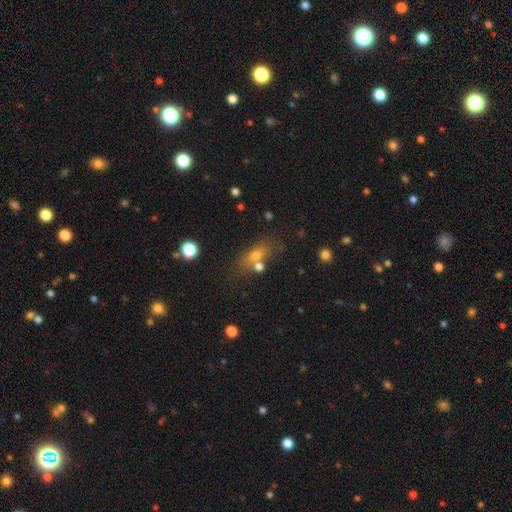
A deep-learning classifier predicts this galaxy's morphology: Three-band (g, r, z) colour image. It shows a smooth galaxy with no disk features (63%) that is in between round and cigar-shaped (61%). Merging: none (58%).